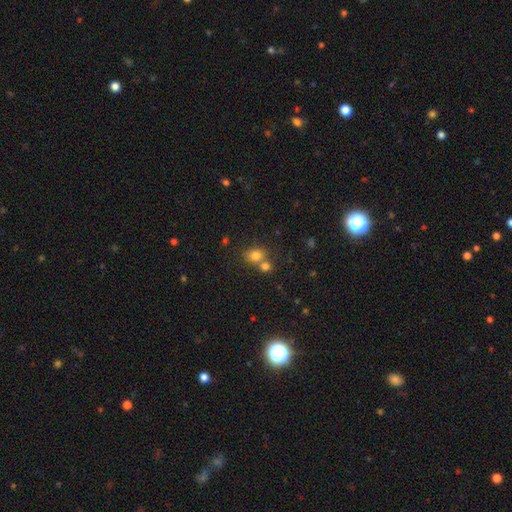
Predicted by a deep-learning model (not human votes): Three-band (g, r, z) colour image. It shows a smooth galaxy with no disk features (79%) that is round (61%). Merging: none (47%).